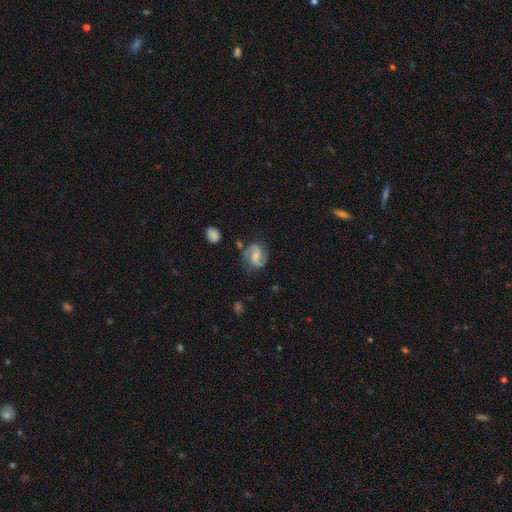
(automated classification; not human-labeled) A featured or disk galaxy (77%) with a weak bar (45%), 2 (90%) medium (52%) spiral arms (95%) and a moderate central bulge (32%). Merging: none (73%).